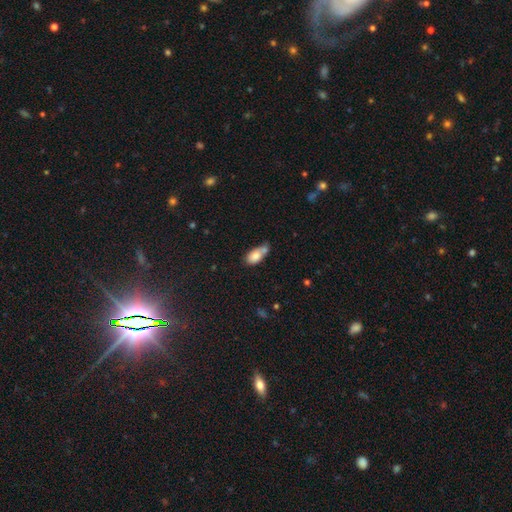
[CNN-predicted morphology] A smooth galaxy with no disk features (79%) that is in between round and cigar-shaped (87%).

Vote fractions:
- Smooth or featured? smooth: 79% / featured or disk: 12% / star or artifact: 8%
- How rounded? in between: 87% / round: 8% / cigar-shaped: 5%
- Merging? merger: 45% / none: 30% / minor disturbance: 18% / major disturbance: 7%